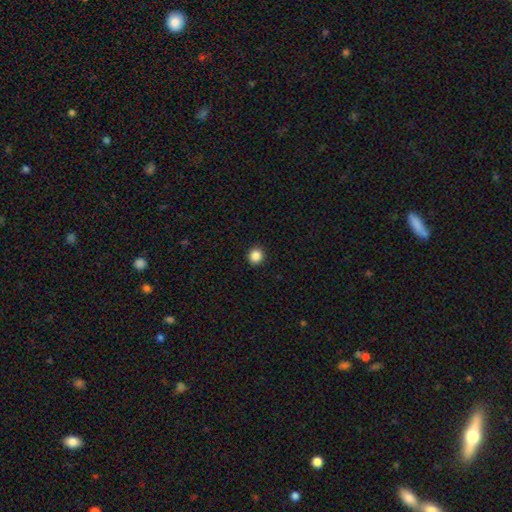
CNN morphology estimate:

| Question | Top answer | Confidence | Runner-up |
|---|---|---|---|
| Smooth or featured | smooth | 86% | star or artifact (11%) |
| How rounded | round | 90% | in between (9%) |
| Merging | none | 93% | minor disturbance (5%) |